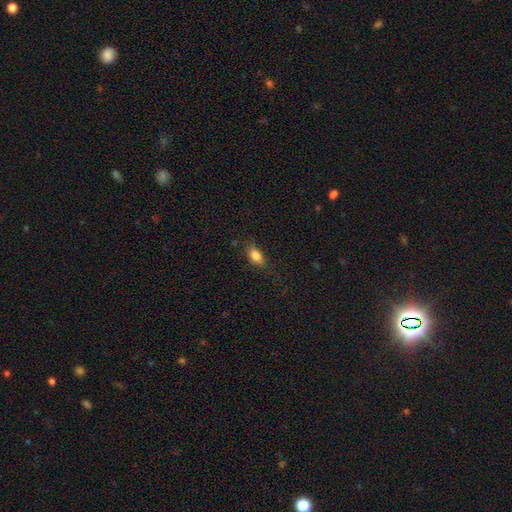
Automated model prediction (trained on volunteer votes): Smooth or featured: smooth — 83% (star or artifact — 9%)
How rounded: in between — 85% (cigar-shaped — 8%)
Merging: none — 75% (minor disturbance — 18%)